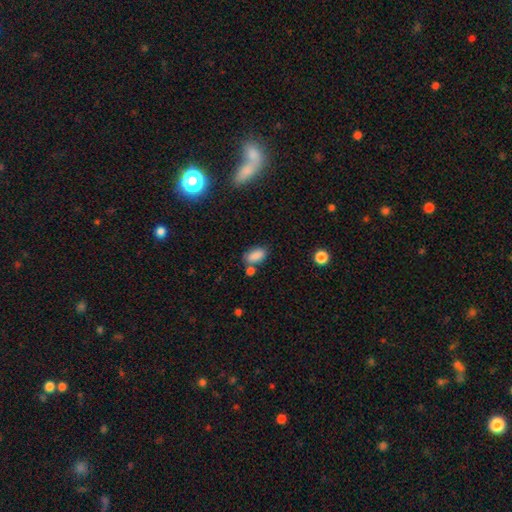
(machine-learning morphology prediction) Smooth or featured? smooth (85%)
How rounded? in between (91%)
Merging? none (65%)